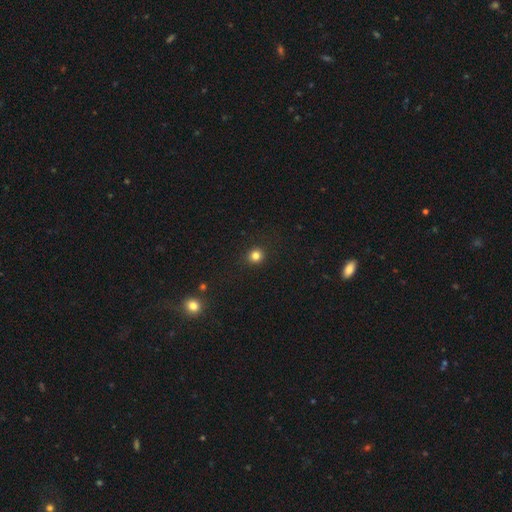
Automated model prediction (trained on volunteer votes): smooth 83%, star or artifact 13%, featured or disk 4%. Down the decision tree: how rounded — round (91%); merging — none (92%).